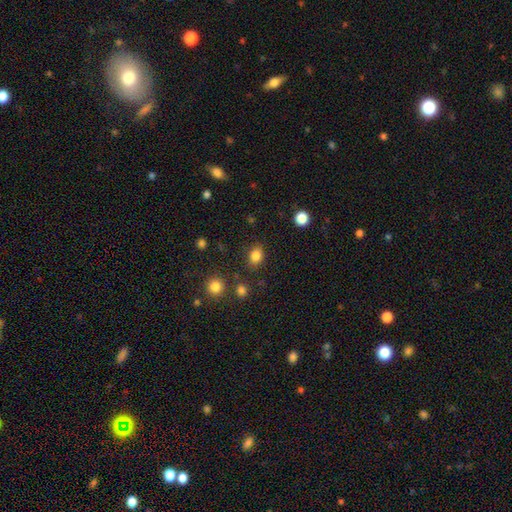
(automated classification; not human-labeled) This is clearly a smooth galaxy (84%). How rounded: possibly in between (58%). Merging: clearly none (82%).